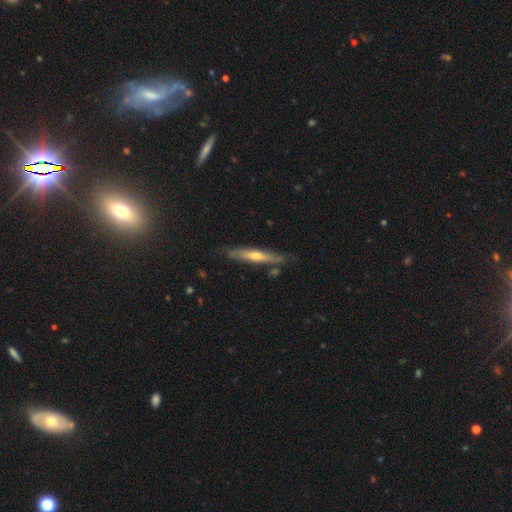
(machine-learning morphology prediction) Smooth or featured?
  - featured or disk: 54% *
  - smooth: 40%
  - star or artifact: 5%
Edge-on disk?
  - yes: 84% *
  - no: 16%
Merging?
  - none: 75% *
  - minor disturbance: 18%
  - major disturbance: 4%
  - merger: 4%